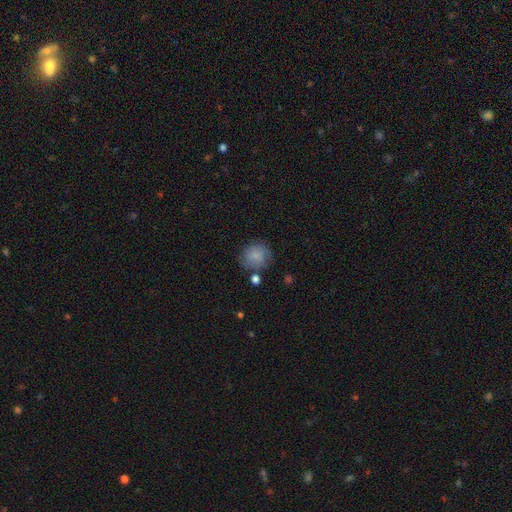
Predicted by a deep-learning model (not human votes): This is likely a smooth galaxy (79%). How rounded: clearly round (81%). Merging: likely none (66%).